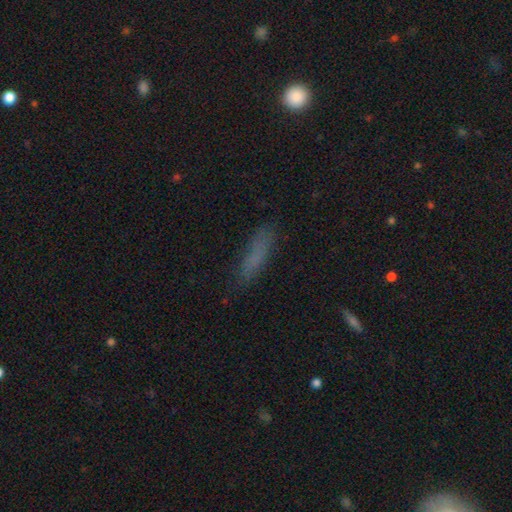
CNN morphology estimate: Smooth or featured? smooth (70%)
How rounded? cigar-shaped (76%)
Merging? none (77%)